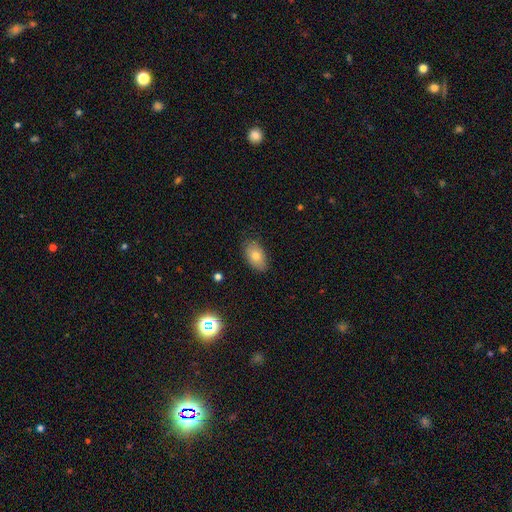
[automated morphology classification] smooth_or_featured: smooth (p=0.76) [alt: featured or disk p=0.15]
how_rounded: in between (p=0.92) [alt: round p=0.06]
merging: none (p=0.84) [alt: minor disturbance p=0.13]